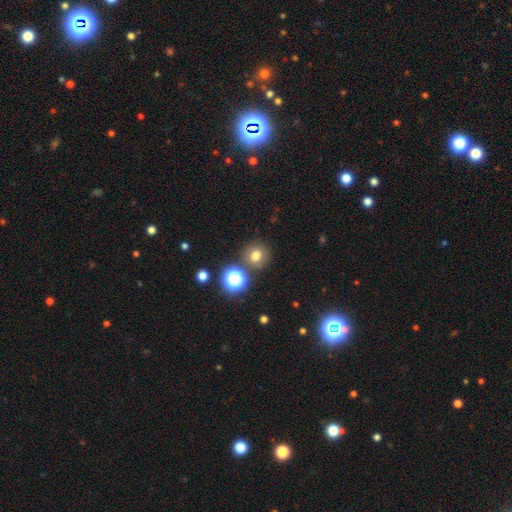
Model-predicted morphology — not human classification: Overall: smooth (72%). How rounded: round (91%). Merging: none (82%).